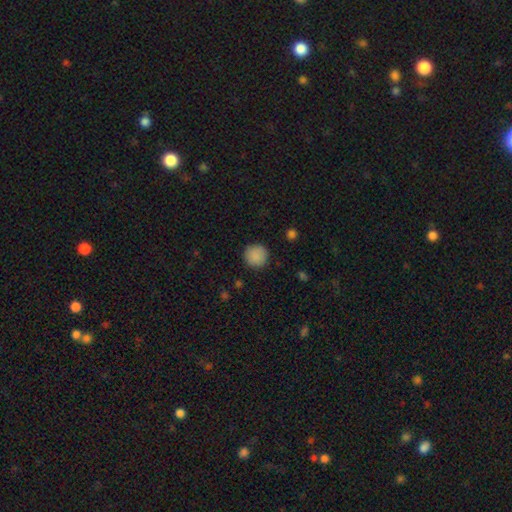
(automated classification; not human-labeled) A smooth galaxy with no disk features (88%) that is round (94%). Merging: none (89%).